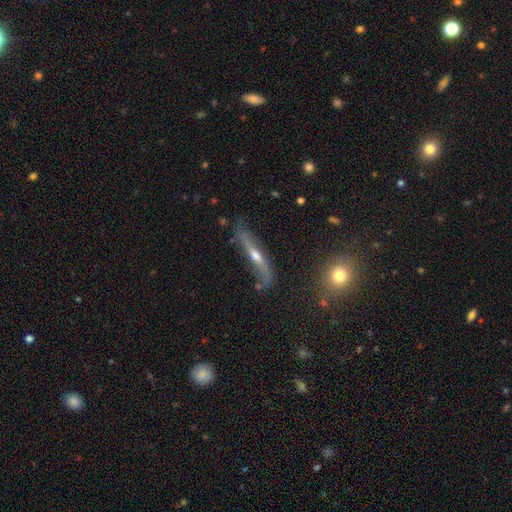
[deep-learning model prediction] A featured or disk galaxy (70%) viewed edge-on (84%) with a rounded central bulge (85%).

Vote fractions:
- Smooth or featured? featured or disk: 70% / smooth: 23% / star or artifact: 7%
- Edge-on disk? yes: 84% / no: 16%
- Edge-on bulge? rounded: 85% / none: 10% / boxy: 4%
- Merging? none: 67% / minor disturbance: 21% / major disturbance: 7% / merger: 4%